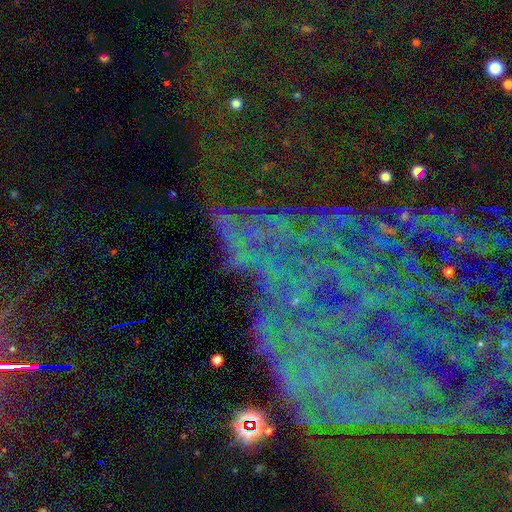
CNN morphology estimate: Smooth or featured?
  - star or artifact: 60% *
  - featured or disk: 28%
  - smooth: 12%